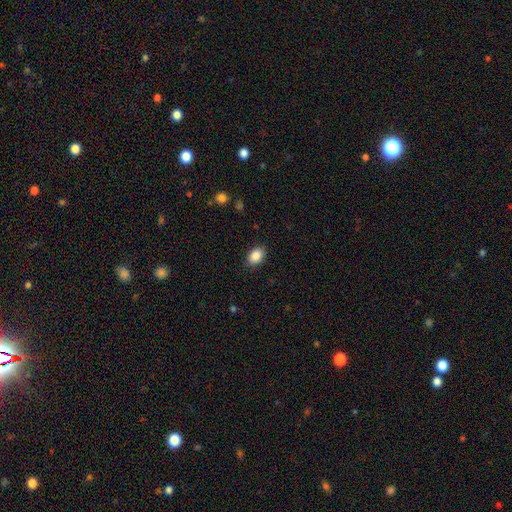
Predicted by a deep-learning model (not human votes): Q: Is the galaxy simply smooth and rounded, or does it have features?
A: smooth — 88%.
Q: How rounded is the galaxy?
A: in between — 84%.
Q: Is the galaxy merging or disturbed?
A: none — 87%.